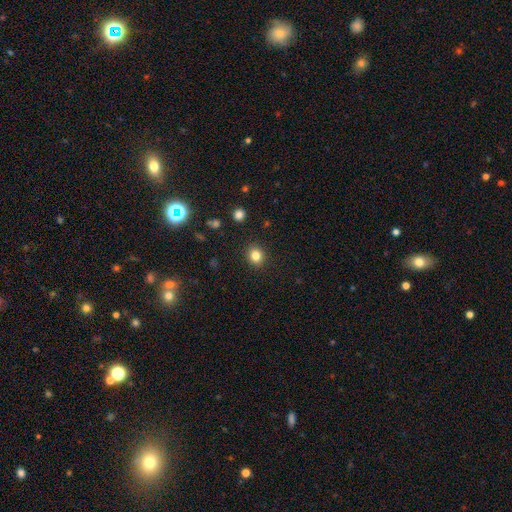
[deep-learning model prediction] This is clearly a smooth galaxy (82%). How rounded: likely round (75%). Merging: clearly none (90%).